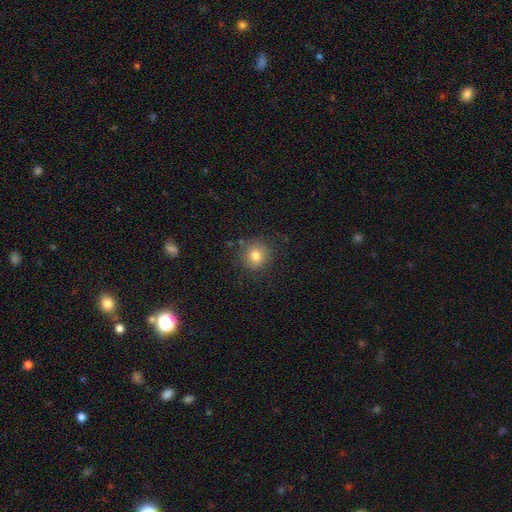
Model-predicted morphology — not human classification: smooth_or_featured: smooth (p=0.80) [alt: star or artifact p=0.11]
how_rounded: round (p=0.89) [alt: in between p=0.10]
merging: none (p=0.83) [alt: minor disturbance p=0.11]